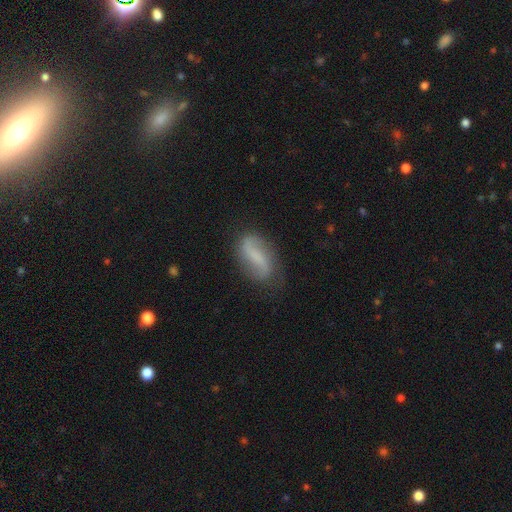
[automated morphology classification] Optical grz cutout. It shows a featured or disk galaxy (66%) with a weak bar (40%), 2 (88%) loose (69%) spiral arms (89%) and no central bulge (50%). Merging: none (76%).